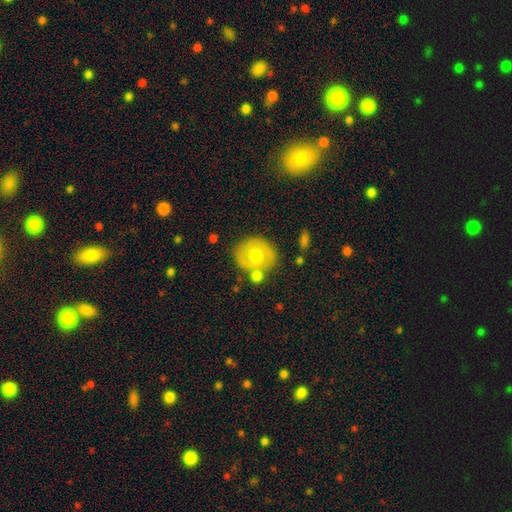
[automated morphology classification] This appears to be a smooth galaxy with no disk features (47%). Merging: none (68%).